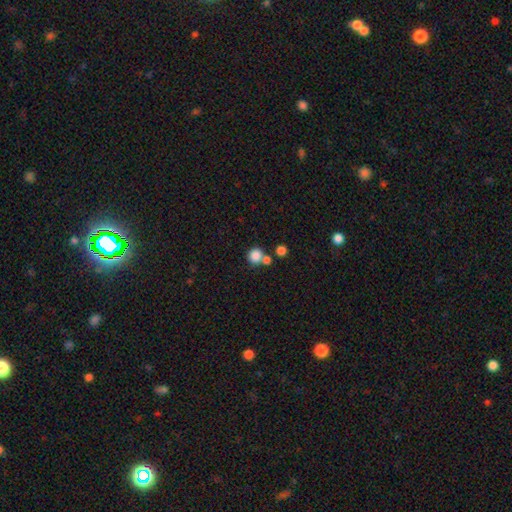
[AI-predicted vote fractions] Morphology: type=smooth (83%); roundness=round (88%); merging=none (56%).